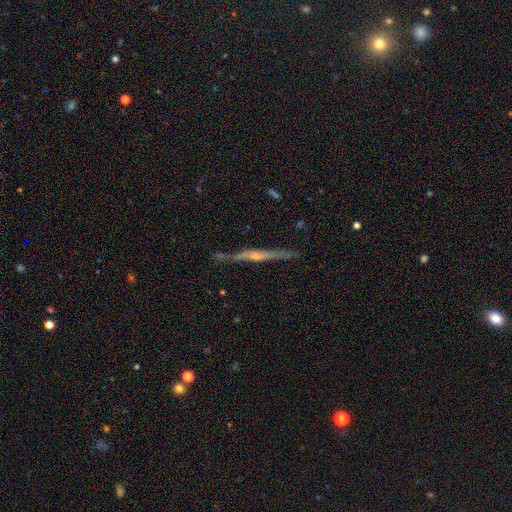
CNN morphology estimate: smooth-or-featured: featured or disk: 80% | smooth: 13% | star or artifact: 6%
  disk-edge-on: yes: 97% | no: 3%
    edge-on-bulge: rounded: 76% | none: 17% | boxy: 8%
  merging: none: 83% | minor disturbance: 12% | merger: 3% | major disturbance: 2%